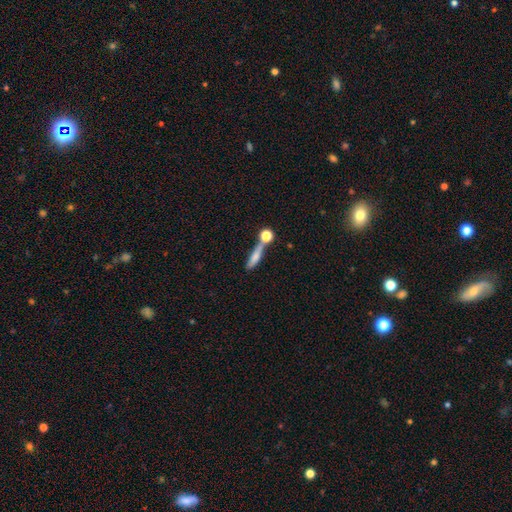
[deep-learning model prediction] smooth 65%, featured or disk 25%, star or artifact 10%. Down the decision tree: how rounded — cigar-shaped (68%); merging — none (50%).